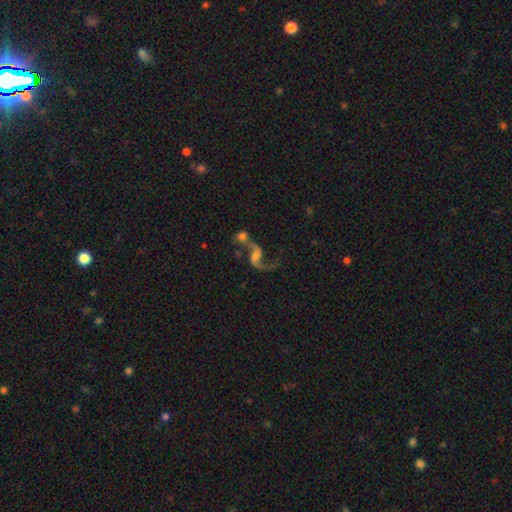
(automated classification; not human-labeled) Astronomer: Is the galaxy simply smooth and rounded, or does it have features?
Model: featured or disk — 84%.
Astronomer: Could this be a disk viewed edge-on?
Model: no — 97%.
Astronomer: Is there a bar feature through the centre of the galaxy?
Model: no — 47% (runner-up: weak, 40%).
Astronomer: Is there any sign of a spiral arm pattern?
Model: yes — 94%.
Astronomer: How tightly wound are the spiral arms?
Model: loose — 88%.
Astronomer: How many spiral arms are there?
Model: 2 — 88%.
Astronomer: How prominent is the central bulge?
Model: small — 33% (runner-up: moderate, 32%).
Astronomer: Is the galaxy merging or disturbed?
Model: merger — 40% (runner-up: none, 37%).